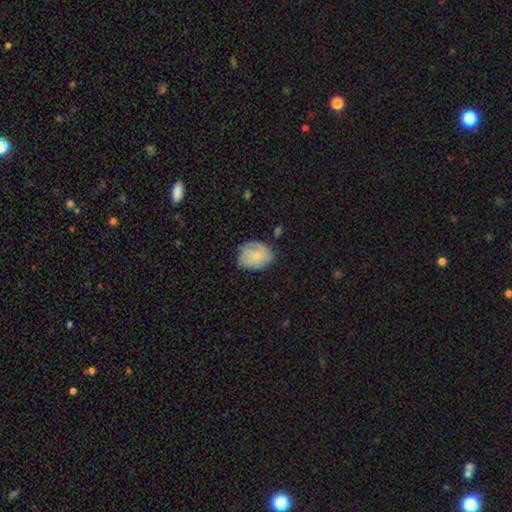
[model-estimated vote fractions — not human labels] A smooth galaxy with no disk features (63%) that is in between round and cigar-shaped (53%). Merging: none (69%).